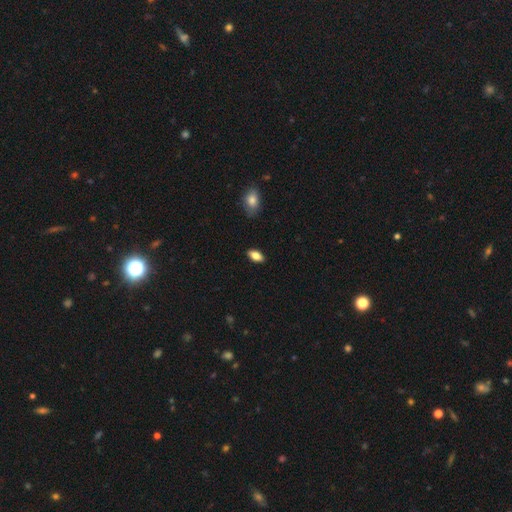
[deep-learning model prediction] The model was most divided on "smooth or featured": smooth: 84%, featured or disk: 9%, star or artifact: 7%. More confident: how rounded — in between (91%); merging — none (88%).